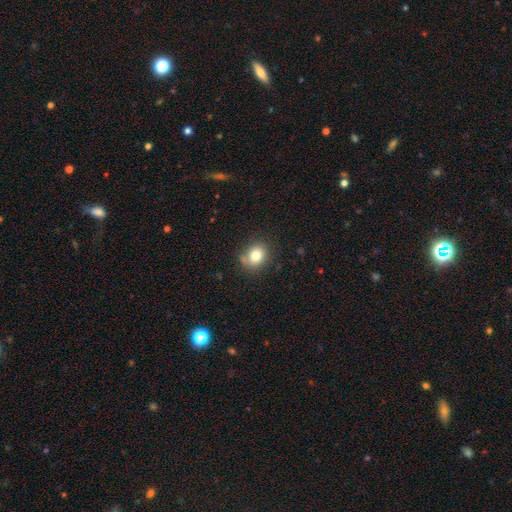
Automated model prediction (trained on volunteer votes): Q: Smooth or featured?
A: smooth (79%); runner-up: star or artifact (11%)
Q: How rounded?
A: round (63%); runner-up: in between (36%)
Q: Merging?
A: none (73%); runner-up: minor disturbance (17%)